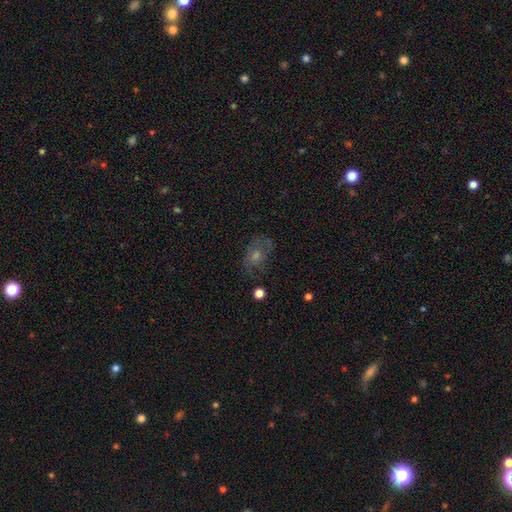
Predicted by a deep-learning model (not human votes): Morphology: type=featured or disk (46%); merging=none (67%).